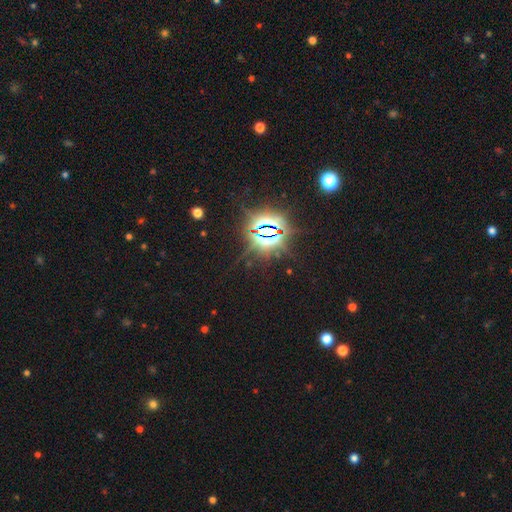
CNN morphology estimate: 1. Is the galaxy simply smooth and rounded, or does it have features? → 86% star or artifact, 8% smooth, 6% featured or disk.